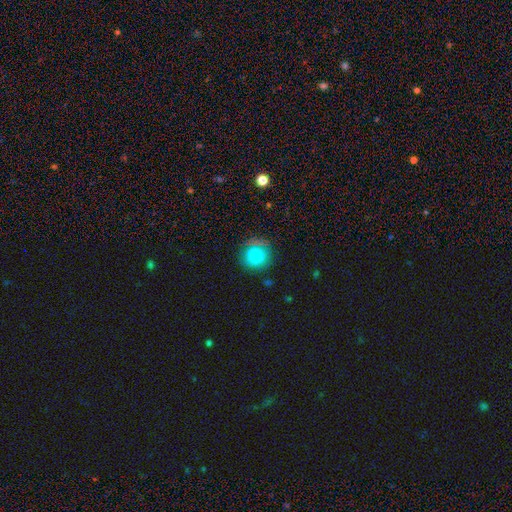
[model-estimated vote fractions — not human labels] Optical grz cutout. It shows a smooth galaxy with no disk features (77%) that is round (91%). Merging: none (74%).